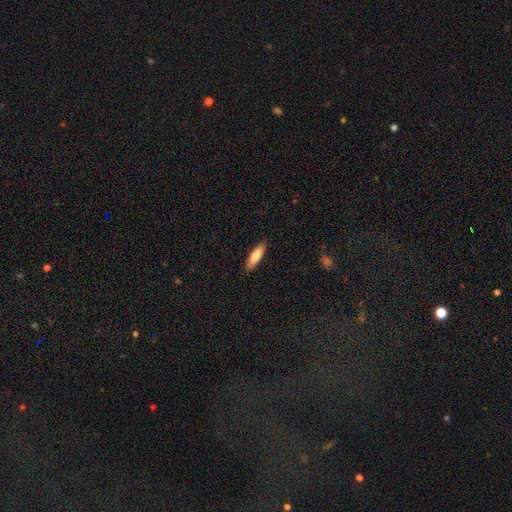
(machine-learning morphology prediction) Smooth or featured? Predicted: smooth (p=0.71). How rounded? Predicted: cigar-shaped (p=0.66). Merging? Predicted: none (p=0.88).